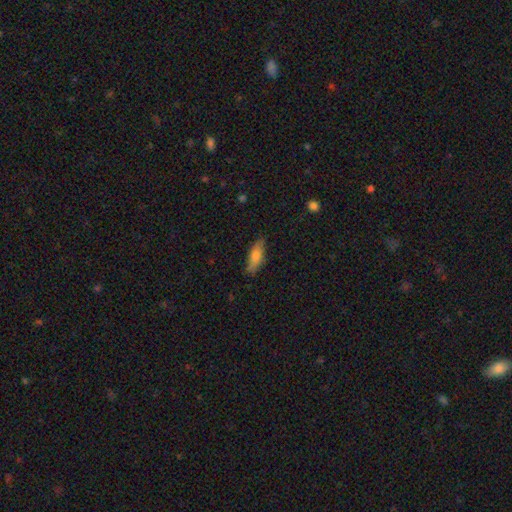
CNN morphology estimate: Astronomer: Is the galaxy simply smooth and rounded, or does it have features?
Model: smooth — 72%.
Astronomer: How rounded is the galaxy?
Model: in between — 49%, tied with cigar-shaped at 49%.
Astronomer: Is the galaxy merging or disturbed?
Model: none — 82%.